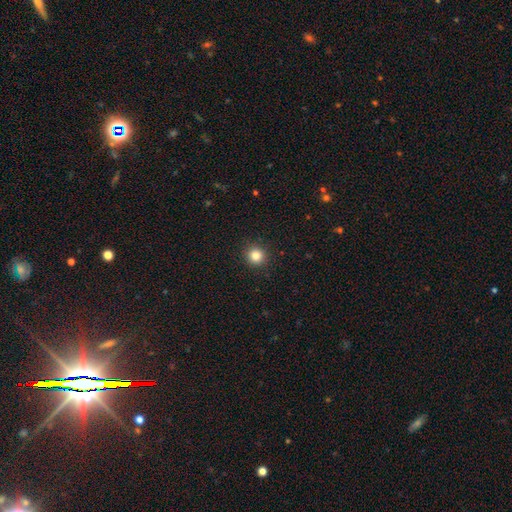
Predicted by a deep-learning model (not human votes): Overall: smooth (84%). How rounded: round (94%). Merging: none (92%).